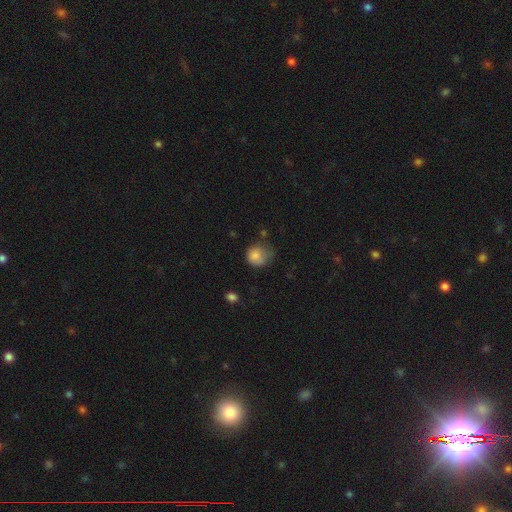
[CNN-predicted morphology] Q: Smooth or featured?
A: smooth (82%); runner-up: star or artifact (9%)
Q: How rounded?
A: round (79%); runner-up: in between (20%)
Q: Merging?
A: none (42%); runner-up: minor disturbance (37%)